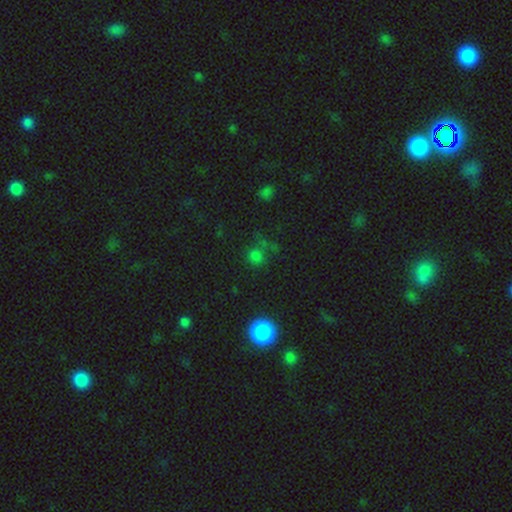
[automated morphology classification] smooth-or-featured: smooth: 56% | star or artifact: 37% | featured or disk: 8%
  how-rounded: round: 78% | in between: 20% | cigar-shaped: 2%
  merging: none: 60% | minor disturbance: 16% | major disturbance: 12% | merger: 12%